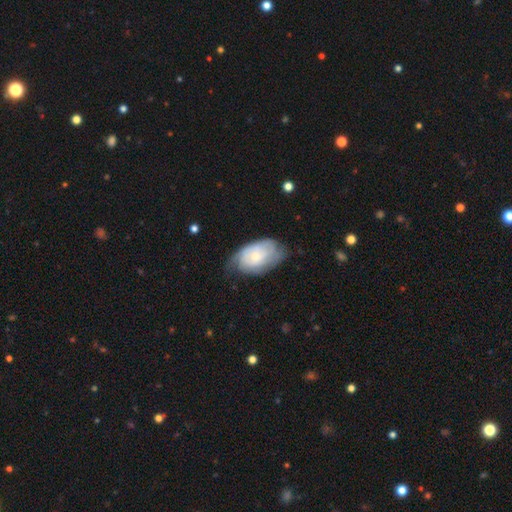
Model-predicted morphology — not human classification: Smooth or featured? featured or disk (52%)
Edge-on disk? no (95%)
Merging? none (54%)